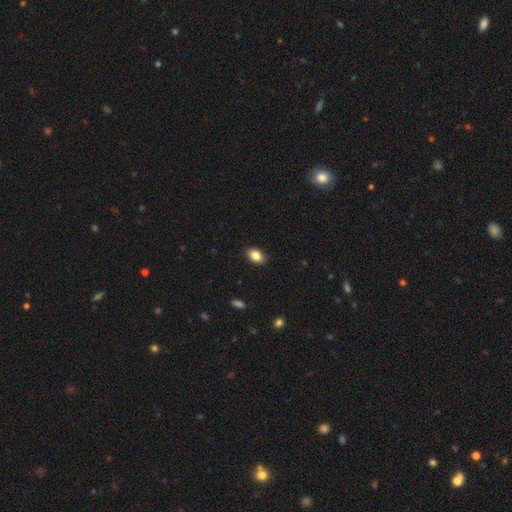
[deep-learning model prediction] Overall: smooth (84%). How rounded: in between (86%). Merging: none (88%).